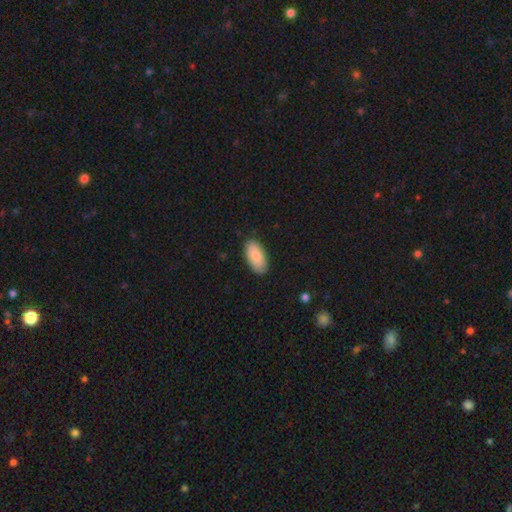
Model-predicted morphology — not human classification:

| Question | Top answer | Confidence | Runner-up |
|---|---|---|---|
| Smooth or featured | smooth | 85% | featured or disk (9%) |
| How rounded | in between | 94% | cigar-shaped (4%) |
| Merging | none | 87% | minor disturbance (10%) |